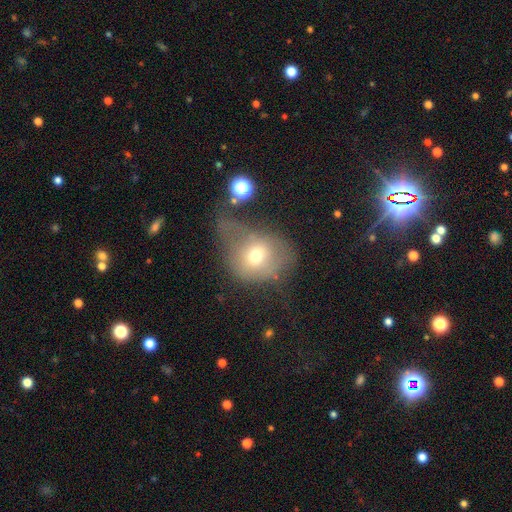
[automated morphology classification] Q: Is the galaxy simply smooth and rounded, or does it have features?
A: smooth — 61%.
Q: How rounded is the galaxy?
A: round — 59%.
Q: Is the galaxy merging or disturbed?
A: major disturbance — 41%.